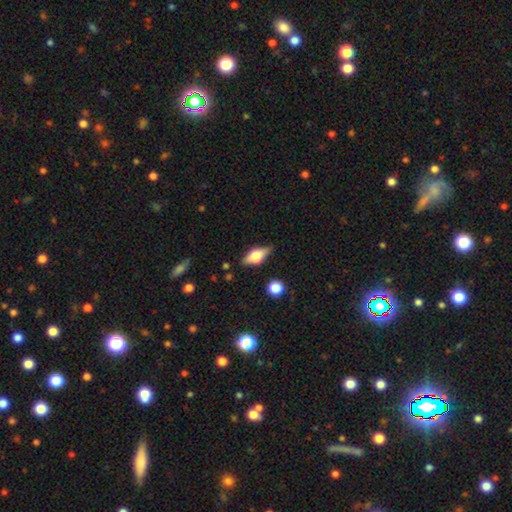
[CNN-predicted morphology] Q: Smooth or featured?
A: featured or disk (49%); runner-up: smooth (43%)
Q: Merging?
A: none (82%); runner-up: minor disturbance (13%)